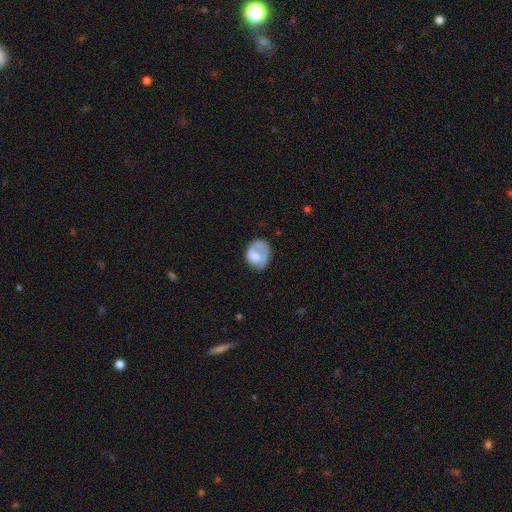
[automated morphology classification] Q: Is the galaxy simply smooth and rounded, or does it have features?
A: smooth — 60%.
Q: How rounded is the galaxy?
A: in between — 60%.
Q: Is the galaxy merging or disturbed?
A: none — 40%.